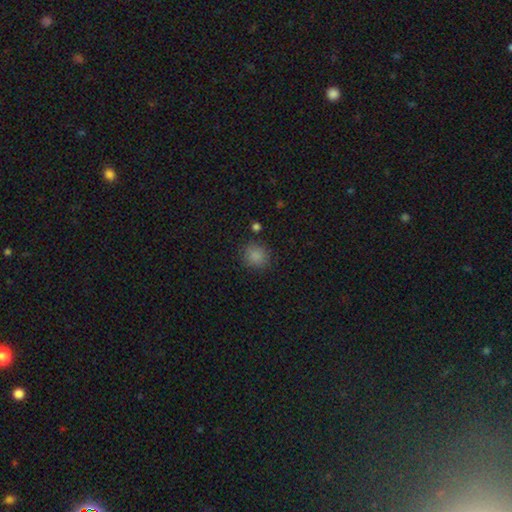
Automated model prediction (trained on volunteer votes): Smooth or featured? smooth (85%)
How rounded? round (85%)
Merging? none (84%)